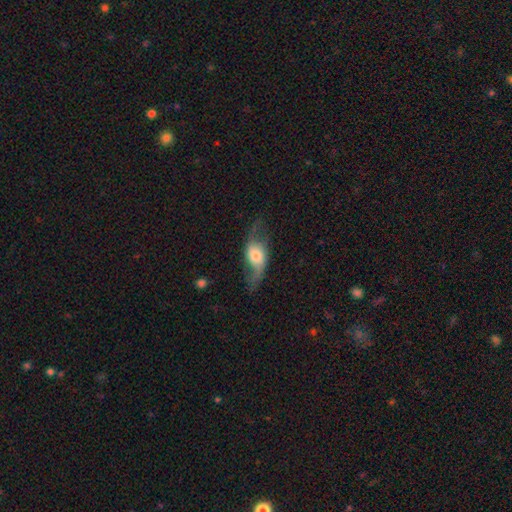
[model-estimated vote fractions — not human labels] Smooth or featured: featured or disk — 64% (smooth — 29%)
Edge-on disk: no — 87% (yes — 13%)
Bar: no — 60% (weak — 30%)
Spiral arms: yes — 86% (no — 14%)
Bulge size: moderate — 51% (small — 22%)
Merging: none — 55% (minor disturbance — 22%)